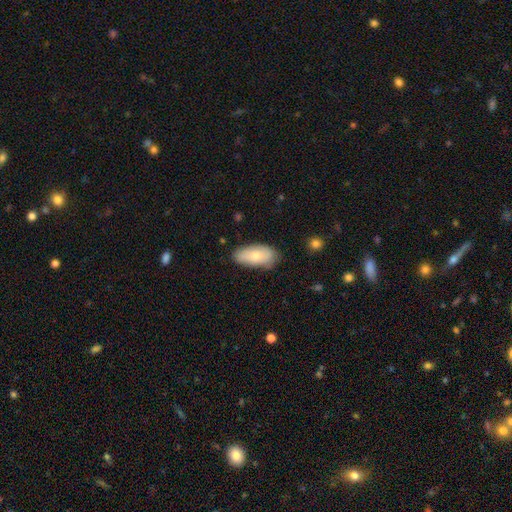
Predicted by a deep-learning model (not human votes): Overall: smooth (73%). How rounded: in between (91%). Merging: none (72%).